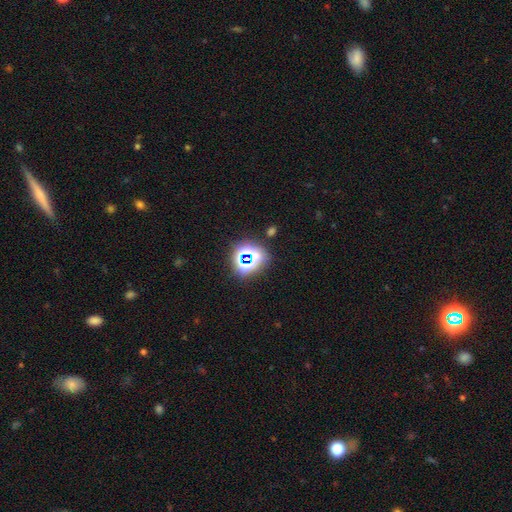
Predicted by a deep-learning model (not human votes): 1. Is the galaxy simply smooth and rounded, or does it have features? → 65% star or artifact, 25% smooth, 10% featured or disk.